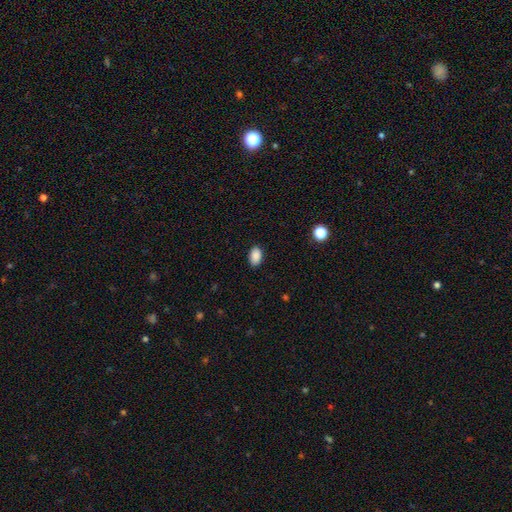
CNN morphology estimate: Q: Smooth or featured?
A: smooth (89%); runner-up: star or artifact (8%)
Q: How rounded?
A: in between (90%); runner-up: round (9%)
Q: Merging?
A: none (88%); runner-up: minor disturbance (9%)